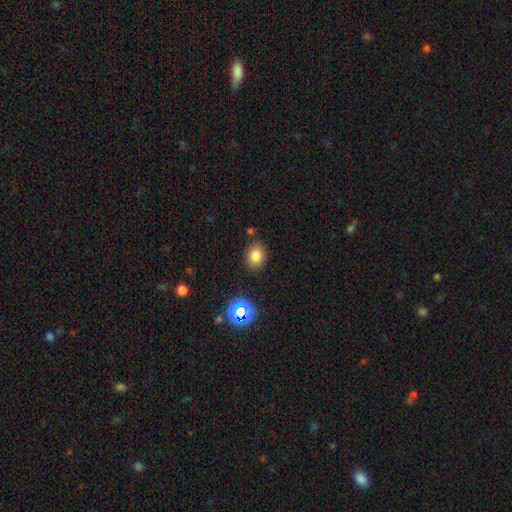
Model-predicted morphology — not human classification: Smooth or featured? Predicted: smooth (p=0.79). How rounded? Predicted: round (p=0.54). Merging? Predicted: none (p=0.83).